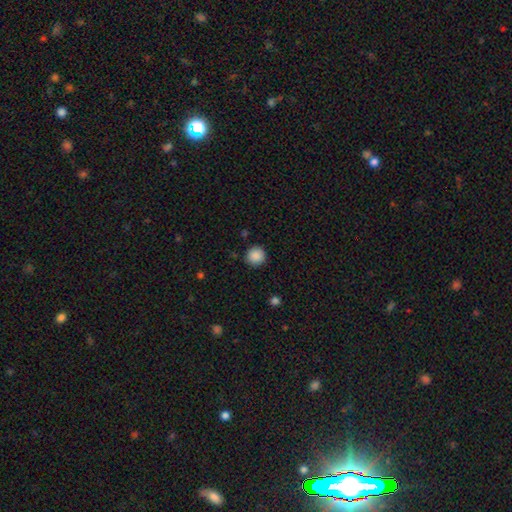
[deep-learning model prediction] Q: Smooth or featured?
A: smooth (88%); runner-up: star or artifact (9%)
Q: How rounded?
A: round (94%); runner-up: in between (5%)
Q: Merging?
A: none (89%); runner-up: minor disturbance (7%)